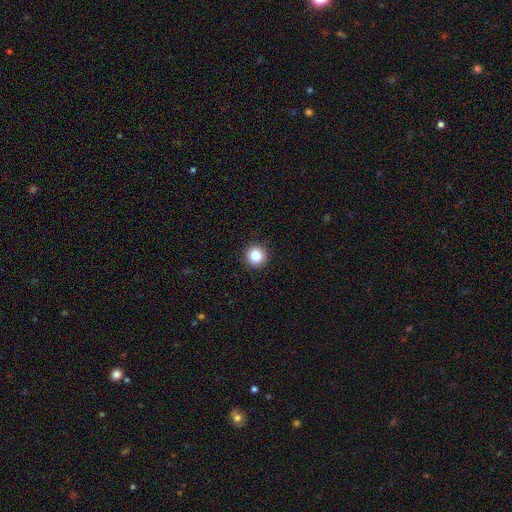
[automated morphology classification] A smooth galaxy with no disk features (85%) that is round (95%). Merging: none (92%).